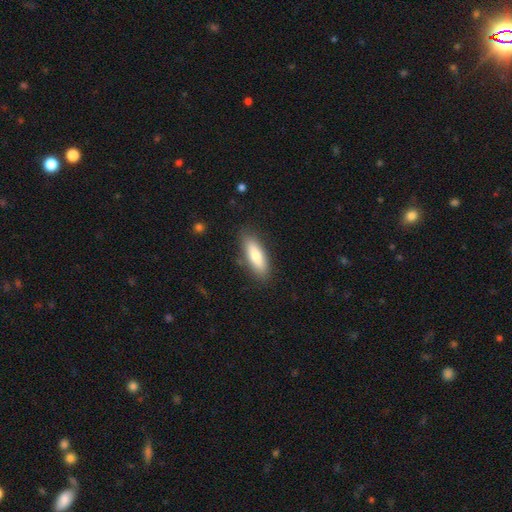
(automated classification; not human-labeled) This appears to be a smooth galaxy with no disk features (76%) that is in between round and cigar-shaped (60%). Merging: none (84%).